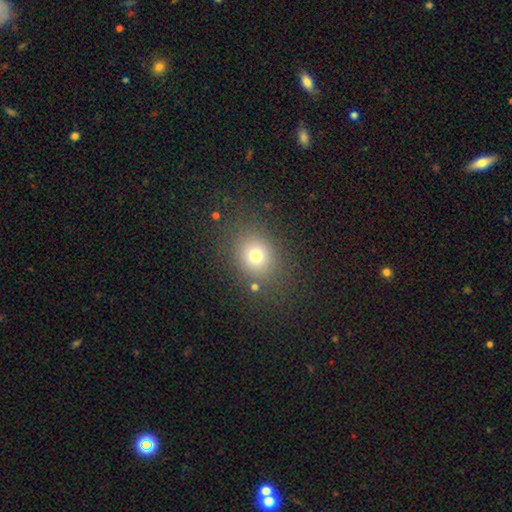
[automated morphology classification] smooth 73%, star or artifact 17%, featured or disk 10%. Down the decision tree: how rounded — round (67%); merging — none (81%).